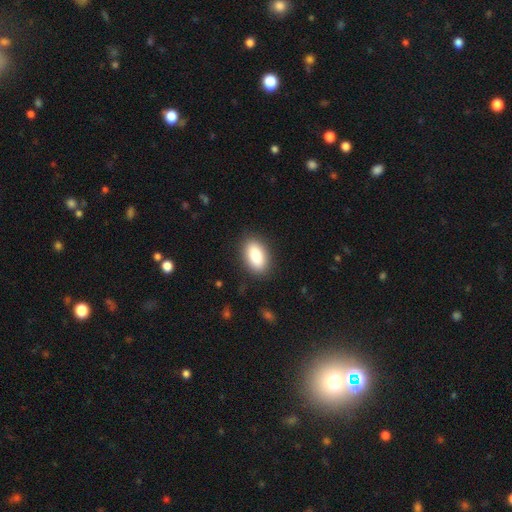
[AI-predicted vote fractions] Smooth or featured?
  - smooth: 86% *
  - featured or disk: 8%
  - star or artifact: 7%
How rounded?
  - in between: 92% *
  - round: 5%
  - cigar-shaped: 3%
Merging?
  - none: 87% *
  - minor disturbance: 9%
  - major disturbance: 3%
  - merger: 1%